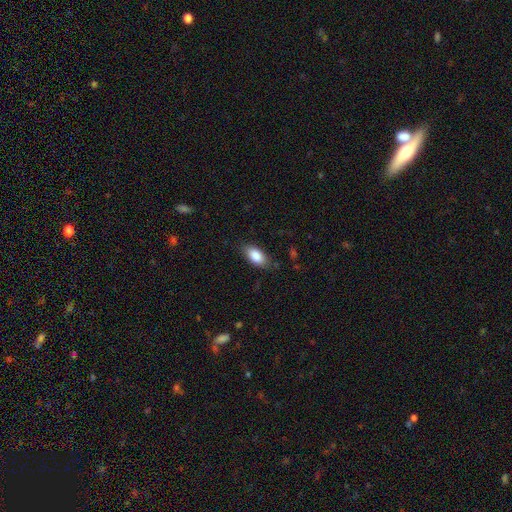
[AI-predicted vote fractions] Smooth or featured? smooth (86%)
How rounded? in between (90%)
Merging? none (78%)